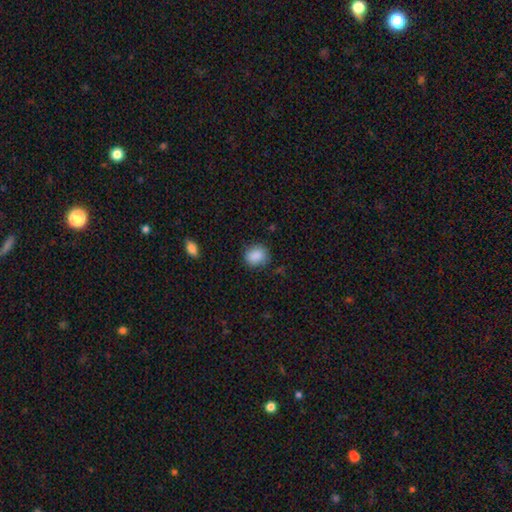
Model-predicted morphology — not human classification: Smooth or featured?
  - smooth: 88% *
  - star or artifact: 8%
  - featured or disk: 4%
How rounded?
  - round: 70% *
  - in between: 29%
  - cigar-shaped: 1%
Merging?
  - none: 82% *
  - minor disturbance: 13%
  - major disturbance: 4%
  - merger: 1%